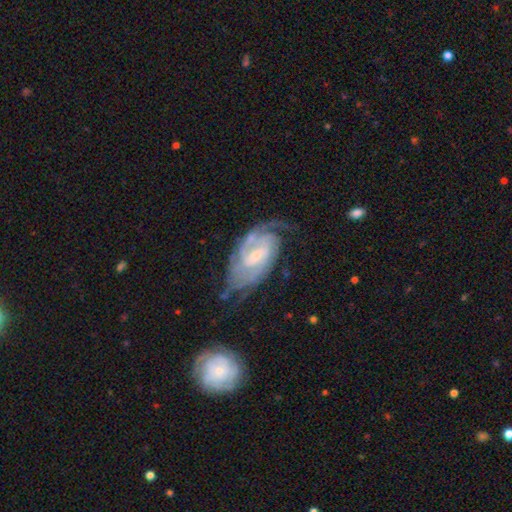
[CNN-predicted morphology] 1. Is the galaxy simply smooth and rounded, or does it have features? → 90% featured or disk, 6% smooth, 5% star or artifact.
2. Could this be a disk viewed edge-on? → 96% no, 4% yes.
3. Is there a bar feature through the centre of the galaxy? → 52% weak, 28% no, 20% strong.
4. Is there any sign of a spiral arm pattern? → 98% yes, 2% no.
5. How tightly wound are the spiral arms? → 56% tight, 36% medium, 8% loose.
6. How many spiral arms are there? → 58% 2, 16% can't tell, 14% 3, 5% 4, 4% 1, 4% more than 4.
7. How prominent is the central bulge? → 63% small, 29% moderate, 5% none, 2% large, 1% dominant.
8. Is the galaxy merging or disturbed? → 65% none, 21% minor disturbance, 11% major disturbance, 3% merger.